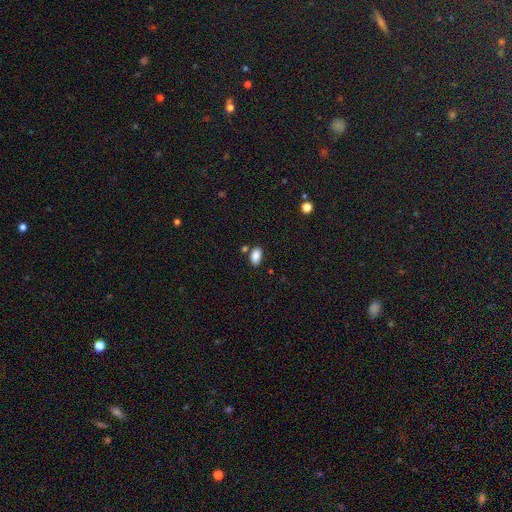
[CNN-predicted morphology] Smooth or featured?
  - smooth: 87% *
  - star or artifact: 9%
  - featured or disk: 4%
How rounded?
  - in between: 91% *
  - round: 8%
  - cigar-shaped: 2%
Merging?
  - none: 76% *
  - minor disturbance: 12%
  - merger: 9%
  - major disturbance: 3%